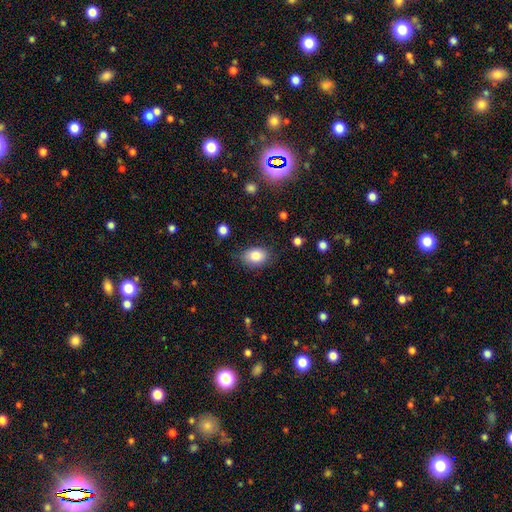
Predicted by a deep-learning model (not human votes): This is clearly a smooth galaxy (85%). How rounded: clearly in between (82%). Merging: likely none (78%).